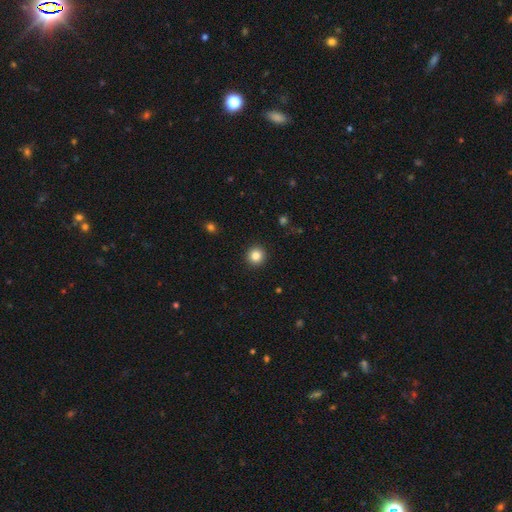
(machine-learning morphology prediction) A smooth galaxy with no disk features (84%) that is round (95%). Merging: none (93%).